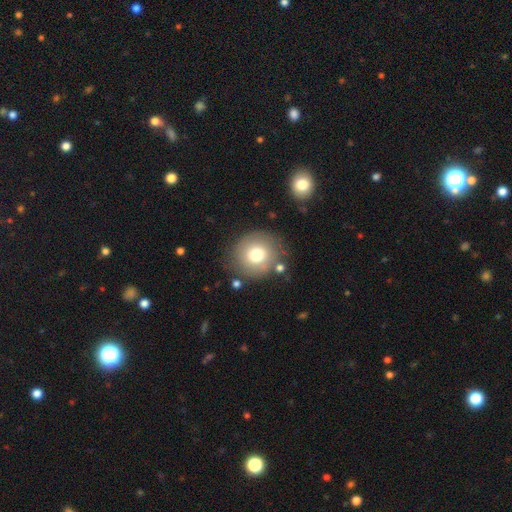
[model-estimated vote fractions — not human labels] The model was most divided on "smooth or featured": smooth: 55%, featured or disk: 23%, star or artifact: 23%. More confident: how rounded — round (88%); merging — none (82%).